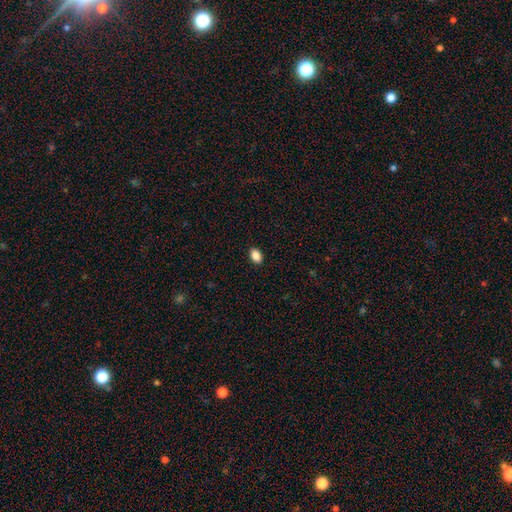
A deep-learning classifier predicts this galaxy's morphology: This appears to be a smooth galaxy with no disk features (88%) that is in between round and cigar-shaped (86%). Merging: none (90%).